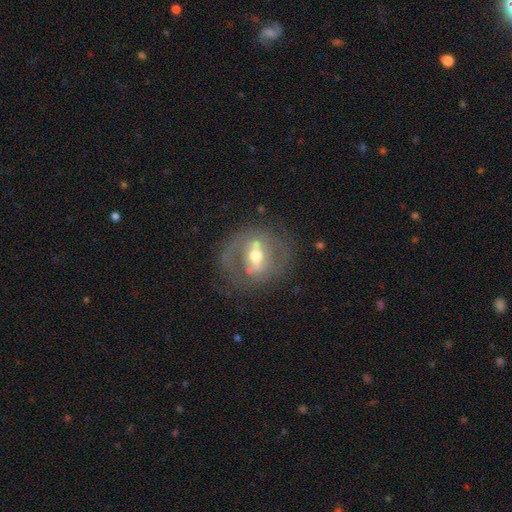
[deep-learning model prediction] Smooth or featured?
  - featured or disk: 67% *
  - smooth: 21%
  - star or artifact: 12%
Edge-on disk?
  - no: 91% *
  - yes: 9%
Bar?
  - strong: 42% *
  - weak: 39%
  - no: 19%
Spiral arms?
  - yes: 61% *
  - no: 39%
Bulge size?
  - moderate: 59% *
  - small: 30%
  - large: 7%
  - dominant: 2%
  - none: 1%
Merging?
  - none: 76% *
  - minor disturbance: 14%
  - major disturbance: 9%
  - merger: 2%